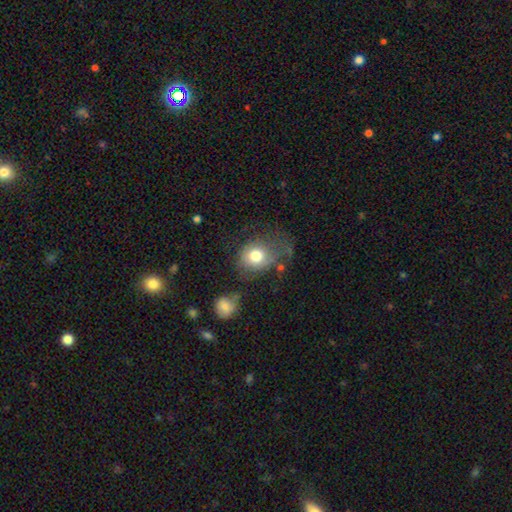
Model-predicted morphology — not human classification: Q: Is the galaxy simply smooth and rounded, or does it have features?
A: smooth — 75%.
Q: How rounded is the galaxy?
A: round — 68%.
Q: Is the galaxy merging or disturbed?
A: none — 43%.